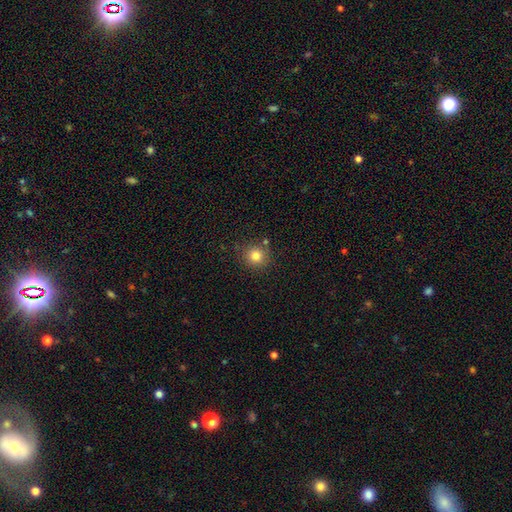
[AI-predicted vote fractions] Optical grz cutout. It shows a smooth galaxy with no disk features (80%) that is round (91%). Merging: none (81%).